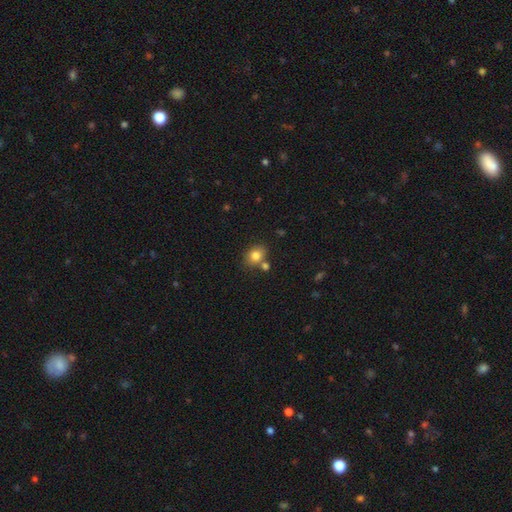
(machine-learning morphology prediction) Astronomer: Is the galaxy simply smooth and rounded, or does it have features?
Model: smooth — 81%.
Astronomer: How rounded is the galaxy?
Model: round — 51% (runner-up: in between, 48%).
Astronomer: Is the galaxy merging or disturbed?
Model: none — 68%.